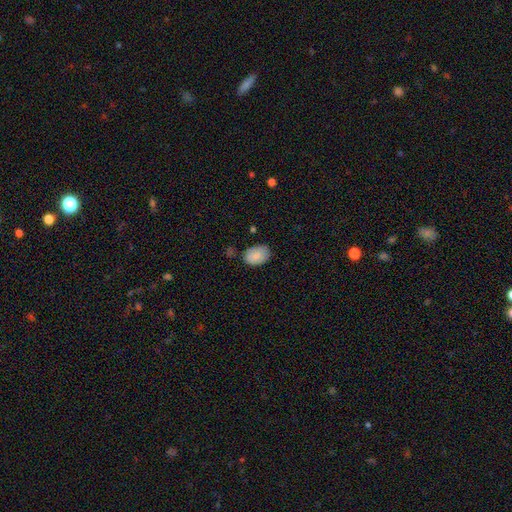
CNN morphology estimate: smooth 86%, star or artifact 7%, featured or disk 7%. Down the decision tree: how rounded — in between (82%); merging — none (73%).